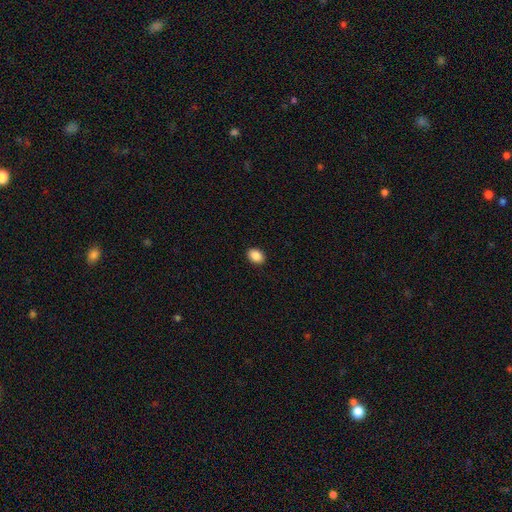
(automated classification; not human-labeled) A smooth galaxy with no disk features (89%) that is in between round and cigar-shaped (72%). Merging: none (91%).